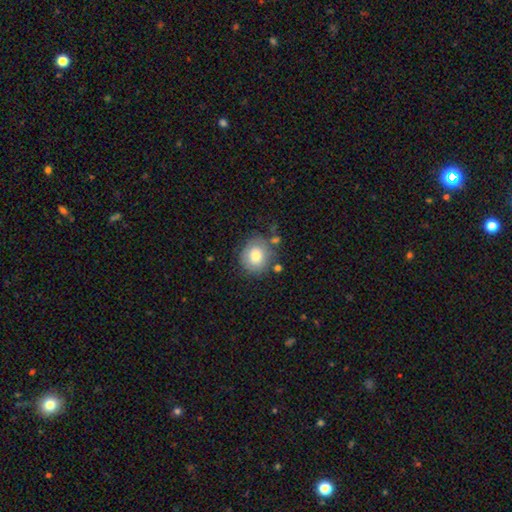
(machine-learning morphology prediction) smooth_or_featured: smooth (p=0.77) [alt: featured or disk p=0.15]
how_rounded: round (p=0.75) [alt: in between p=0.24]
merging: none (p=0.70) [alt: minor disturbance p=0.18]